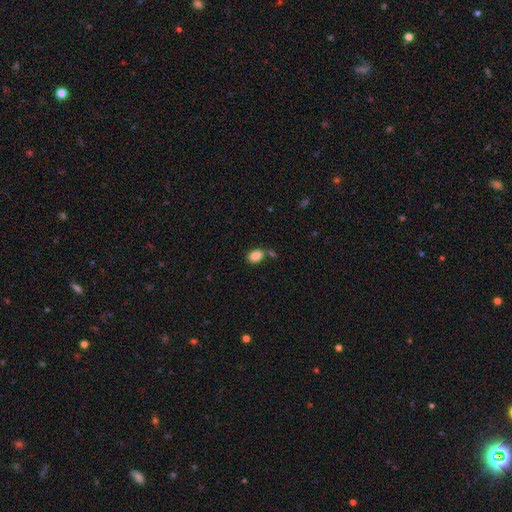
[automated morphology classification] Q: Smooth or featured?
A: smooth (85%); runner-up: star or artifact (9%)
Q: How rounded?
A: in between (79%); runner-up: round (20%)
Q: Merging?
A: none (62%); runner-up: minor disturbance (16%)